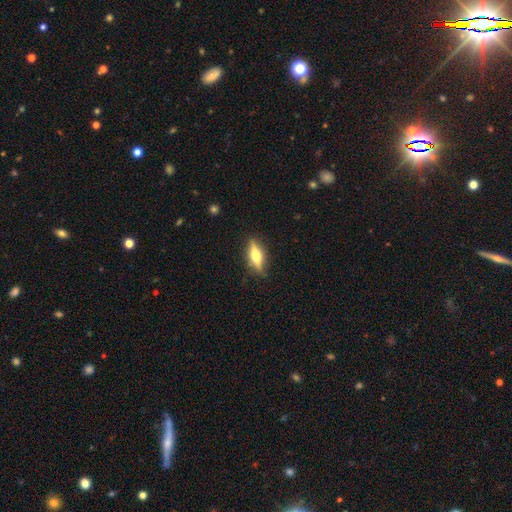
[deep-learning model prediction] Smooth or featured: featured or disk — 57% (smooth — 37%)
Edge-on disk: yes — 92% (no — 8%)
Edge-on bulge: rounded — 94% (boxy — 3%)
Merging: none — 87% (minor disturbance — 9%)